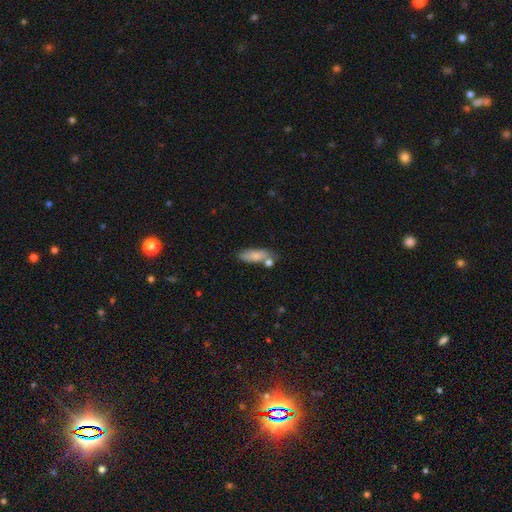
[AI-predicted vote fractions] This is likely a smooth galaxy (76%). How rounded: likely in between (68%). Merging: likely none (60%).